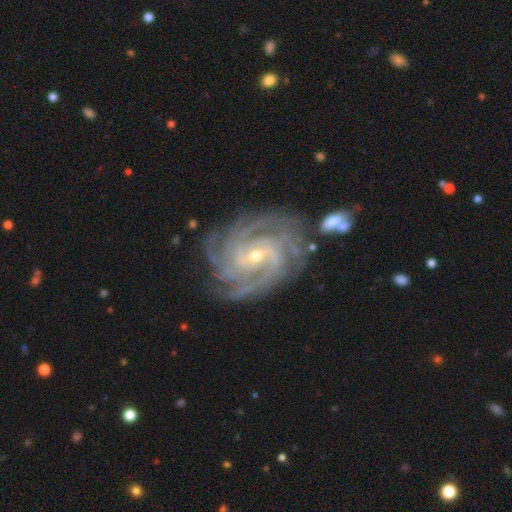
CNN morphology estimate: This is clearly a featured or disk galaxy (92%). It is clearly not viewed edge-on (97%). Bar: marginally weak (43%). Spiral arm pattern: clearly yes (99%). Spiral arm count: marginally 4 (39%). Spiral winding: likely tight (72%). Central bulge: possibly small (59%). Merging: likely none (77%).